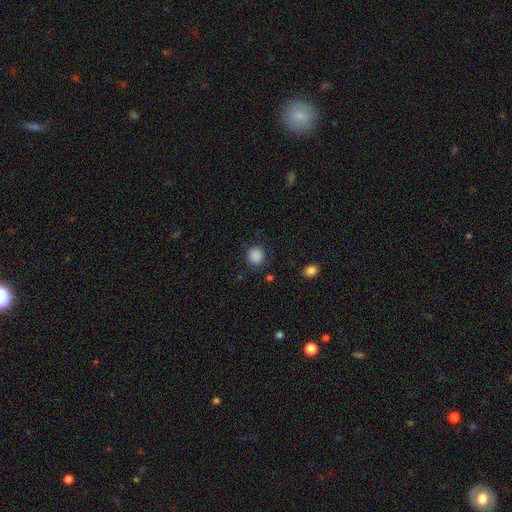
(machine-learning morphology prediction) smooth 87%, star or artifact 10%, featured or disk 3%. Down the decision tree: how rounded — round (90%); merging — none (87%).